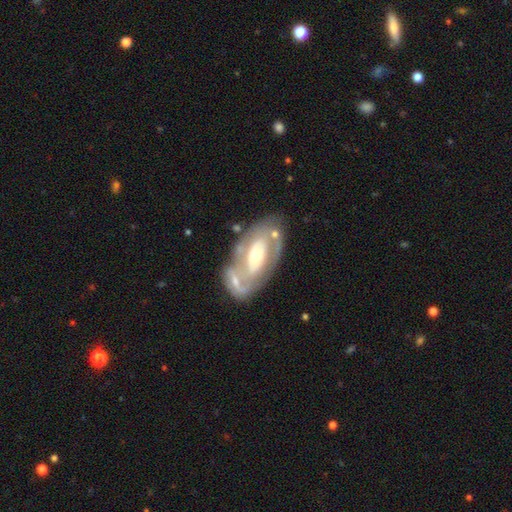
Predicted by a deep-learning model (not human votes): Morphology: type=featured or disk (75%); edge-on=no (93%); bar=no (49%); spiral arms=yes (63%); bulge=moderate (51%); merging=none (45%).